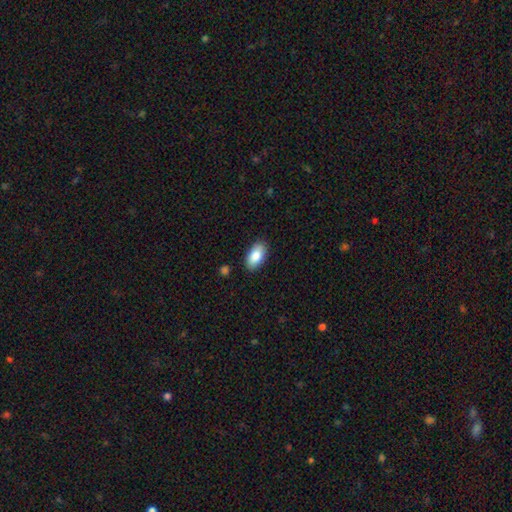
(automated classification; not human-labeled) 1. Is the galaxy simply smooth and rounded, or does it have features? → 86% smooth, 8% featured or disk, 6% star or artifact.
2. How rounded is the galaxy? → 94% in between, 3% round, 3% cigar-shaped.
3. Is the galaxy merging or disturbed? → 87% none, 10% minor disturbance, 2% major disturbance, 1% merger.